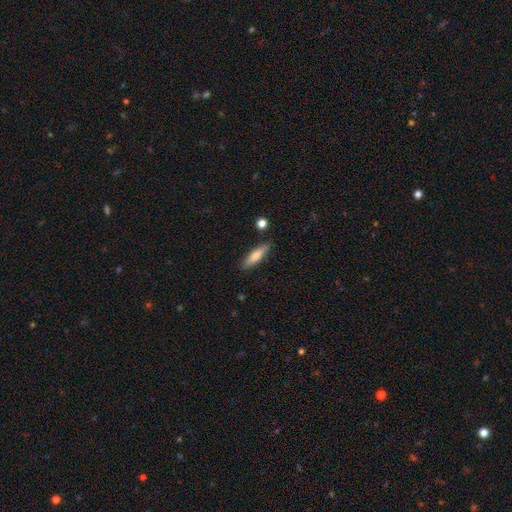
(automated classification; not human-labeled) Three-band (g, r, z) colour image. It shows a smooth galaxy with no disk features (72%) that is cigar-shaped (72%). Merging: none (85%).